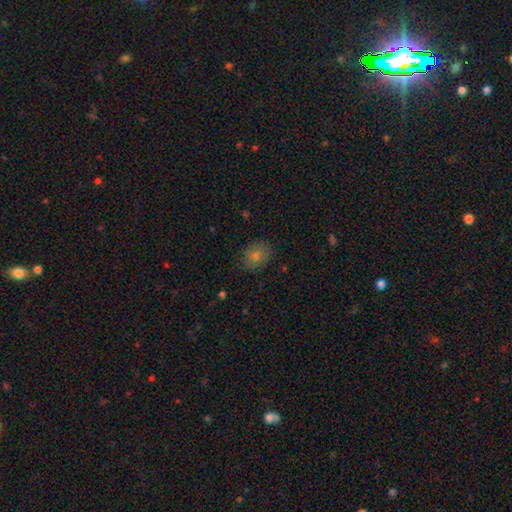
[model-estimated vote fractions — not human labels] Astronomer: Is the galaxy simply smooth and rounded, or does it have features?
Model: smooth — 71%.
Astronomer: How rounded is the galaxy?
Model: round — 57% (runner-up: in between, 42%).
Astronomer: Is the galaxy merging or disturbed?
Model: none — 83%.